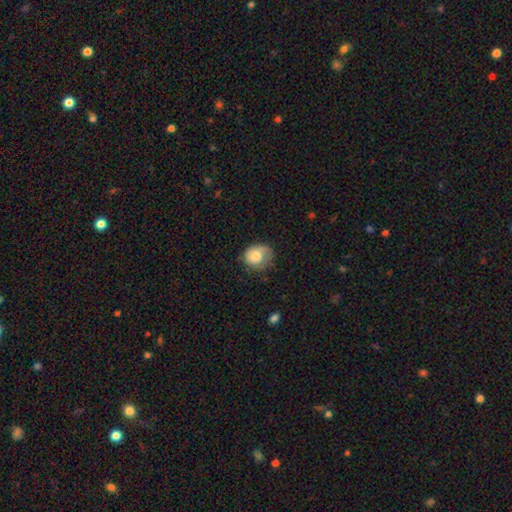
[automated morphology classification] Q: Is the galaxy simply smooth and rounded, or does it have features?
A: smooth — 71%.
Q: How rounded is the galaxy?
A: round — 70%.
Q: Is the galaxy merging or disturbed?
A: none — 50%.